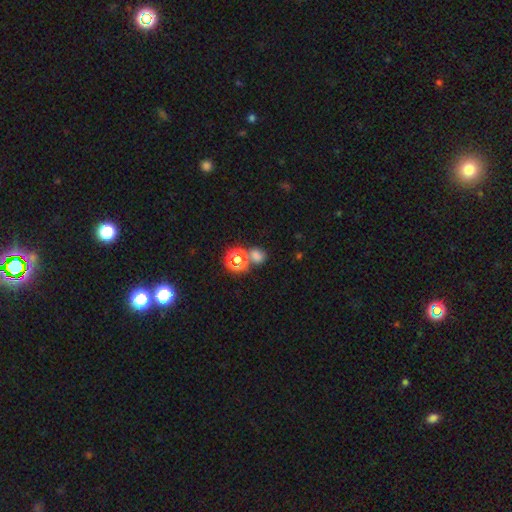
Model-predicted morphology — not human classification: Smooth or featured? smooth (68%)
How rounded? round (62%)
Merging? none (53%)